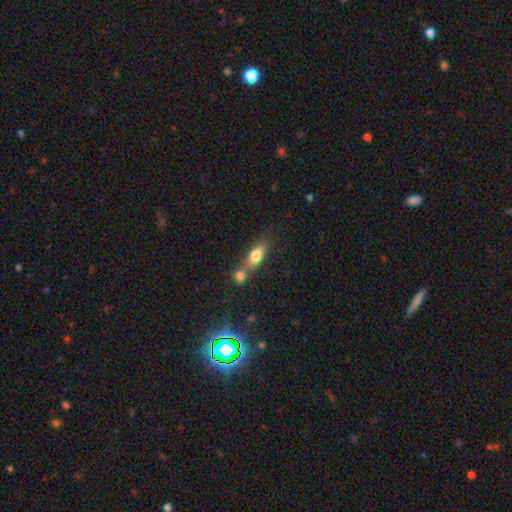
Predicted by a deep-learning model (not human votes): smooth 75%, featured or disk 16%, star or artifact 9%. Down the decision tree: how rounded — in between (69%); merging — merger (49%).